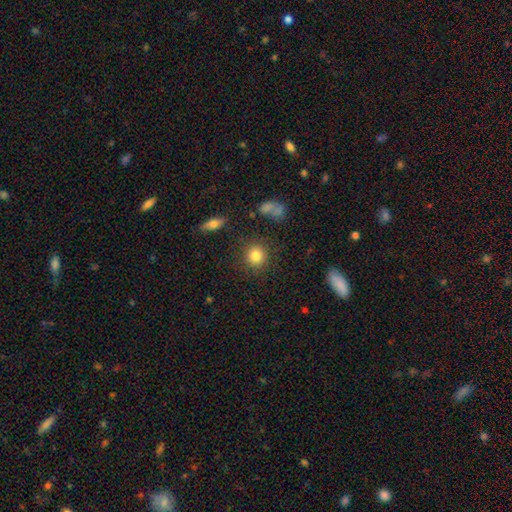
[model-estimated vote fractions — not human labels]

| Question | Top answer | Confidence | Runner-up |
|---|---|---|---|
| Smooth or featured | smooth | 82% | star or artifact (11%) |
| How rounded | round | 87% | in between (11%) |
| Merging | none | 85% | minor disturbance (9%) |